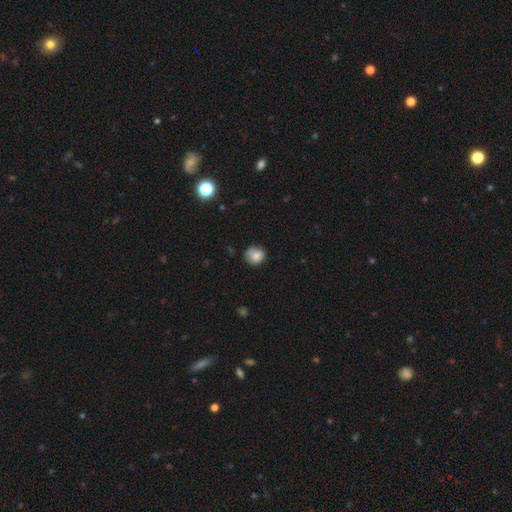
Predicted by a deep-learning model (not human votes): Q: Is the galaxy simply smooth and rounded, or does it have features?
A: smooth — 80%.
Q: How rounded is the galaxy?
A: round — 78%.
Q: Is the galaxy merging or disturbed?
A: none — 63%.